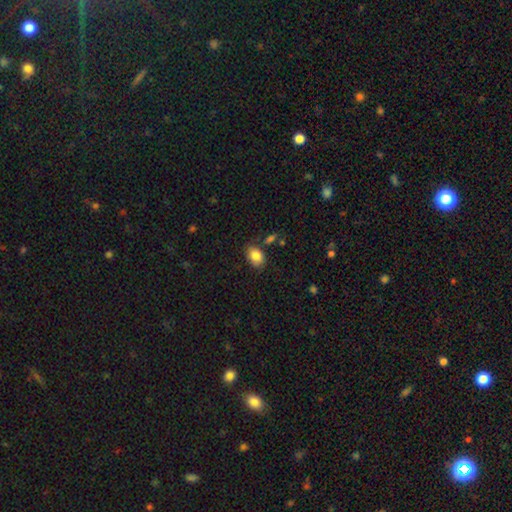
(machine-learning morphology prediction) smooth 86%, star or artifact 8%, featured or disk 6%. Down the decision tree: how rounded — in between (80%); merging — none (74%).